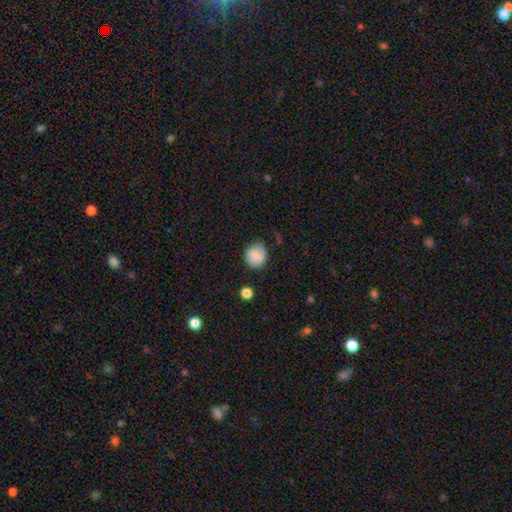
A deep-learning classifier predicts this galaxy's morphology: The model was most divided on "how rounded": round: 78%, in between: 21%, cigar-shaped: 1%. More confident: smooth or featured — smooth (84%); merging — none (77%).